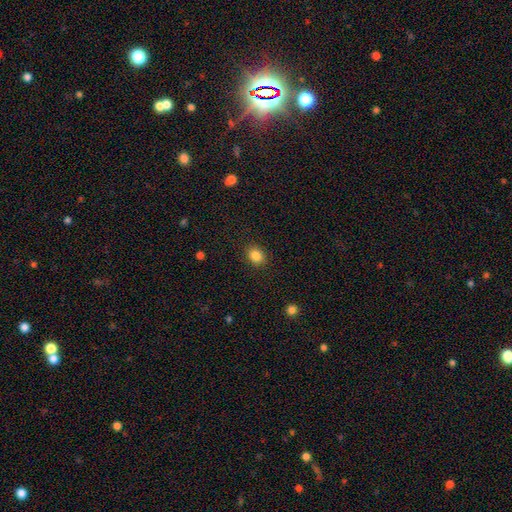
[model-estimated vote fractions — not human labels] A smooth galaxy with no disk features (85%) that is round (58%).

Vote fractions:
- Smooth or featured? smooth: 85% / star or artifact: 10% / featured or disk: 5%
- How rounded? round: 58% / in between: 41% / cigar-shaped: 1%
- Merging? none: 89% / minor disturbance: 8% / major disturbance: 2% / merger: 1%